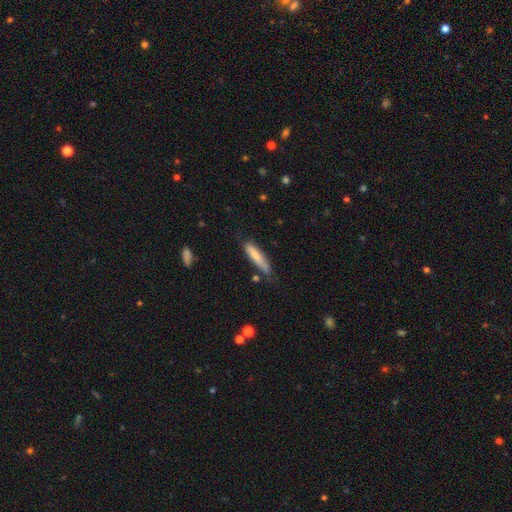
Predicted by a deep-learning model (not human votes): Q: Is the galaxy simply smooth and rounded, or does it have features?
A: smooth — 78%.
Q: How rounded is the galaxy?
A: cigar-shaped — 81%.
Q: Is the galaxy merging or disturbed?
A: none — 62%.